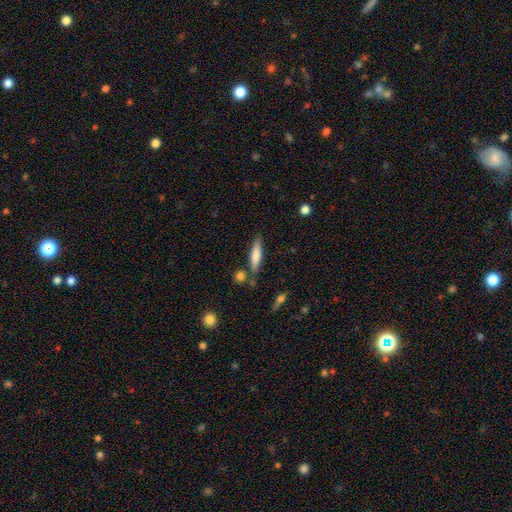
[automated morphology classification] The model was most divided on "smooth or featured": smooth: 72%, featured or disk: 21%, star or artifact: 6%. More confident: how rounded — cigar-shaped (80%); merging — none (77%).